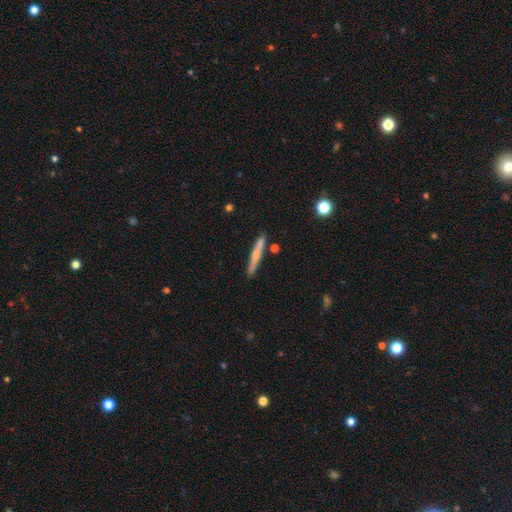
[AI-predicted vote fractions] Smooth or featured? smooth (55%)
How rounded? cigar-shaped (94%)
Merging? none (83%)